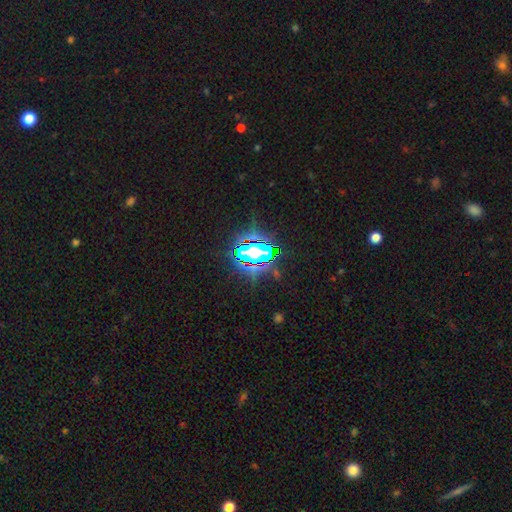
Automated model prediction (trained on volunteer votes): Morphology: type=star or artifact (69%).